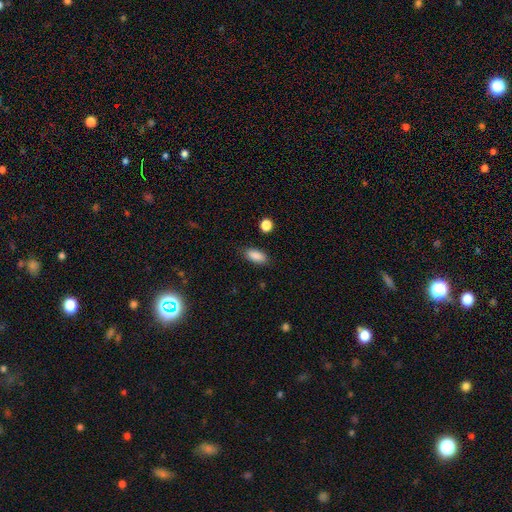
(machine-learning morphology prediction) A smooth galaxy with no disk features (88%) that is in between round and cigar-shaped (87%). Merging: none (84%).